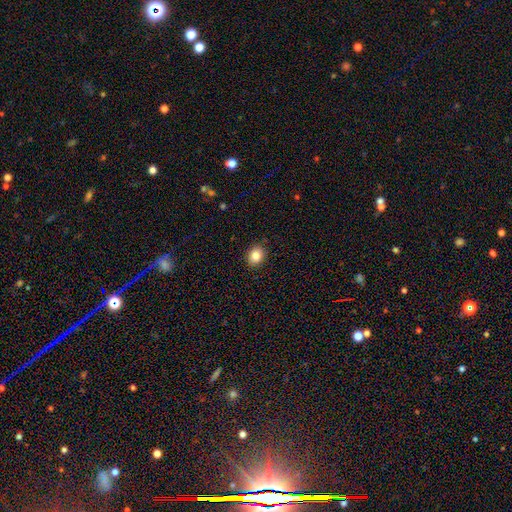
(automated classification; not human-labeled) Q: Smooth or featured?
A: smooth (84%); runner-up: star or artifact (10%)
Q: How rounded?
A: in between (50%); runner-up: round (49%)
Q: Merging?
A: none (90%); runner-up: minor disturbance (7%)